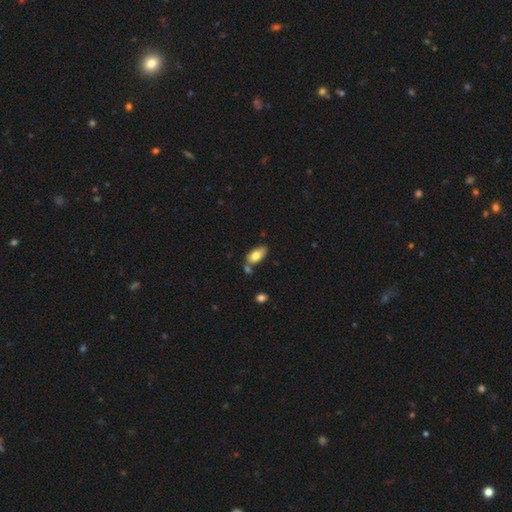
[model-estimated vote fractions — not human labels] Smooth or featured? smooth (77%)
How rounded? in between (91%)
Merging? none (64%)